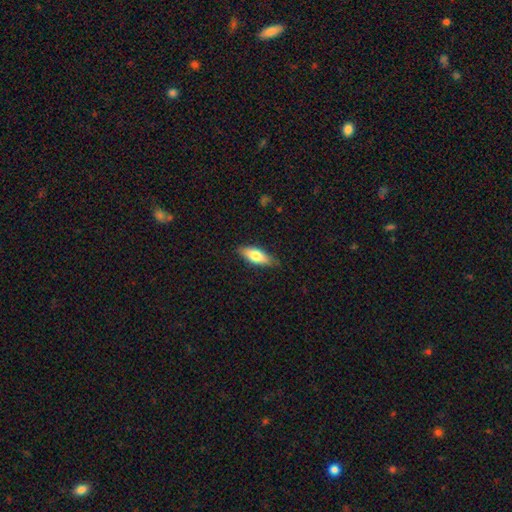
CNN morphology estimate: Smooth or featured: smooth — 71% (featured or disk — 23%)
How rounded: in between — 70% (cigar-shaped — 27%)
Merging: none — 82% (minor disturbance — 14%)